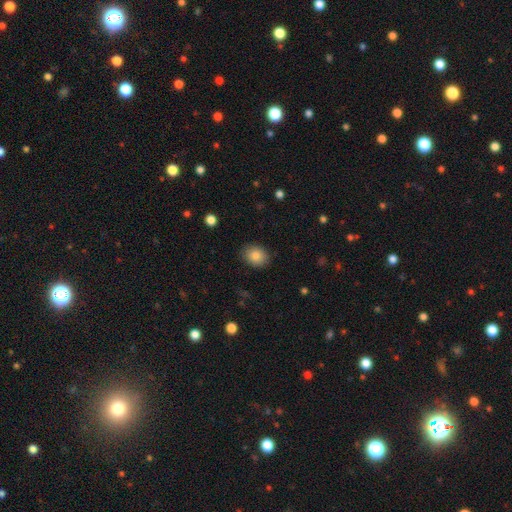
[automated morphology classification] smooth_or_featured: smooth (p=0.84) [alt: star or artifact p=0.09]
how_rounded: round (p=0.55) [alt: in between p=0.44]
merging: none (p=0.87) [alt: minor disturbance p=0.09]